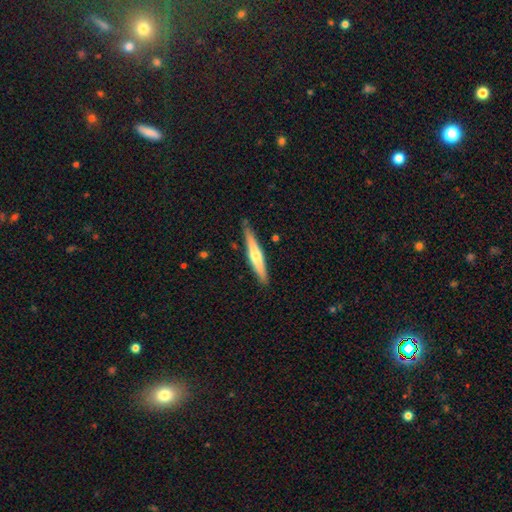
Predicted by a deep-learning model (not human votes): Overall: featured or disk (54%; smooth 41%). Edge-on disk: yes (96%). Edge-on bulge: rounded (80%). Merging: none (85%).